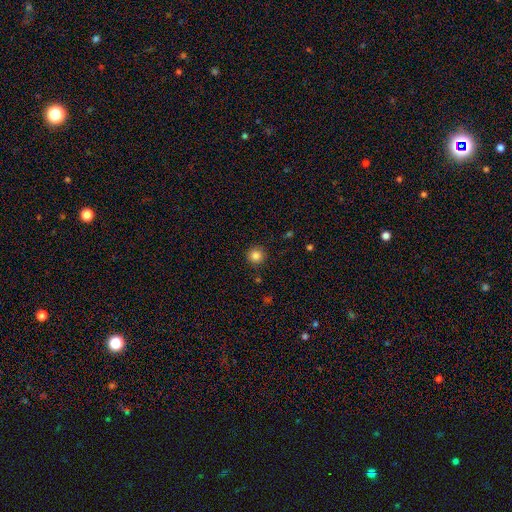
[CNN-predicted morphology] smooth 84%, star or artifact 11%, featured or disk 5%. Down the decision tree: how rounded — round (95%); merging — none (90%).